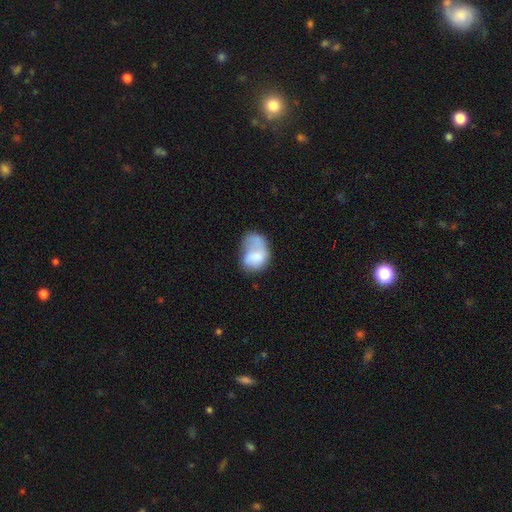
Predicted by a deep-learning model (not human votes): Smooth or featured?
  - smooth: 59% *
  - featured or disk: 33%
  - star or artifact: 8%
How rounded?
  - in between: 73% *
  - round: 26%
  - cigar-shaped: 1%
Merging?
  - major disturbance: 36% *
  - minor disturbance: 22%
  - none: 21%
  - merger: 21%